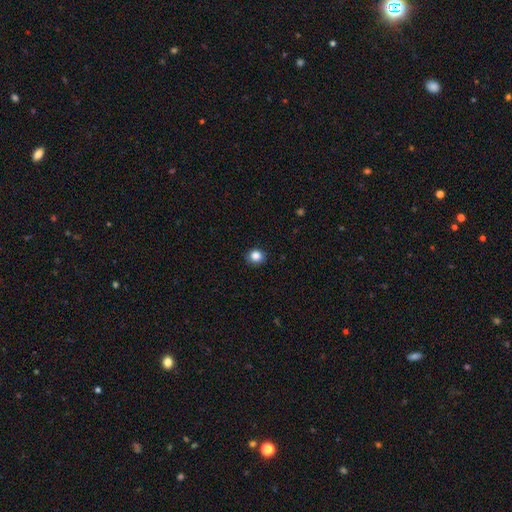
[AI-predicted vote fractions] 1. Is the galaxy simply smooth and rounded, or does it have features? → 85% smooth, 11% star or artifact, 4% featured or disk.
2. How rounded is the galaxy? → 85% round, 14% in between, 1% cigar-shaped.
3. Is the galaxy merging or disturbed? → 91% none, 6% minor disturbance, 2% major disturbance, 1% merger.